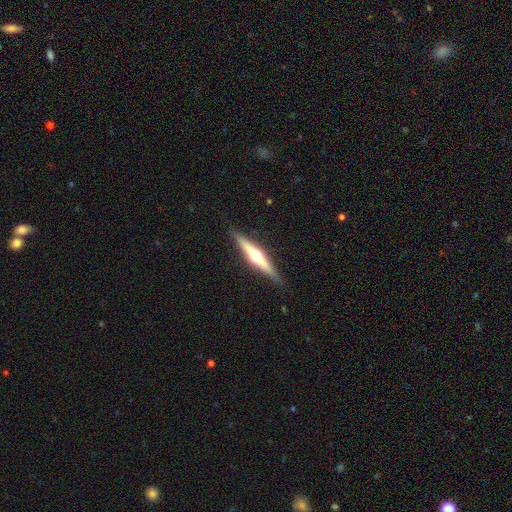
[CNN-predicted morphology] Overall: featured or disk (70%). Edge-on disk: yes (98%). Edge-on bulge: rounded (94%). Merging: none (89%).